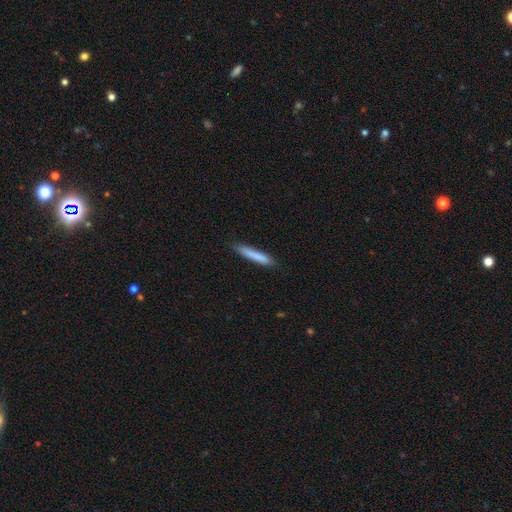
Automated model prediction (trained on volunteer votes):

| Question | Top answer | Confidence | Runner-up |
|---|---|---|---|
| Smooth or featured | smooth | 81% | featured or disk (13%) |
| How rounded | cigar-shaped | 94% | in between (5%) |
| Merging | none | 86% | minor disturbance (11%) |